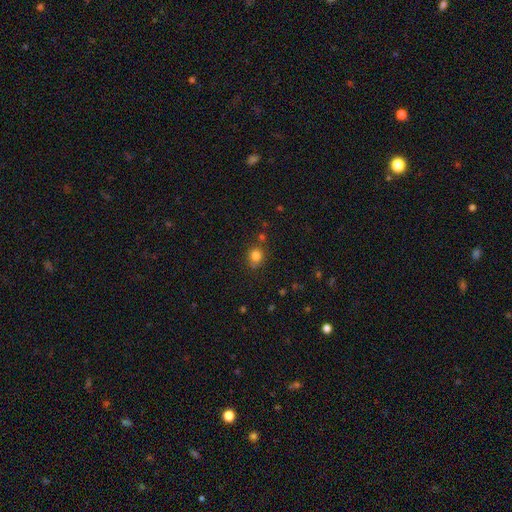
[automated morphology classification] type=smooth (81%); roundness=round (78%); merging=none (74%).